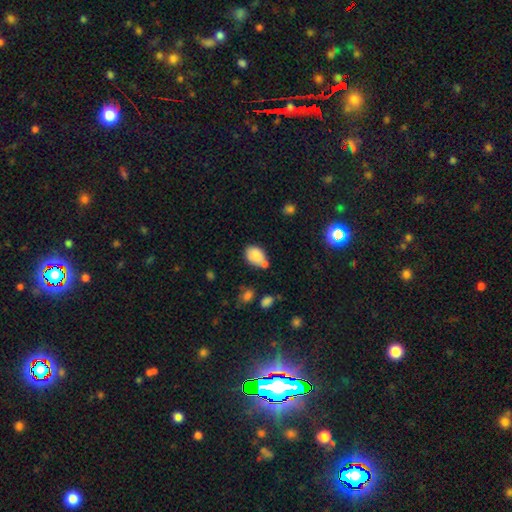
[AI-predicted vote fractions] smooth_or_featured: smooth (p=0.83) [alt: featured or disk p=0.09]
how_rounded: in between (p=0.80) [alt: round p=0.19]
merging: none (p=0.53) [alt: merger p=0.21]